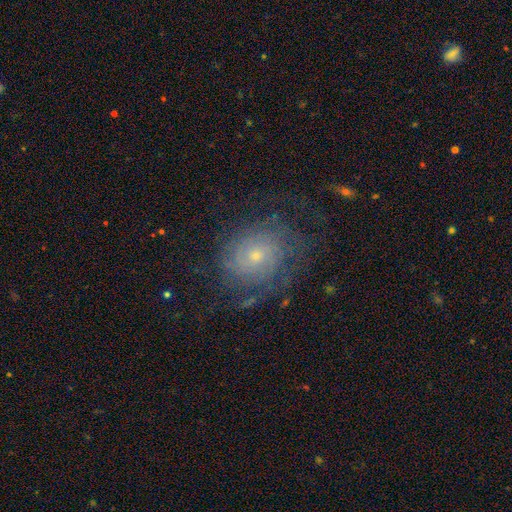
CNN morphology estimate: smooth-or-featured: featured or disk: 64% | smooth: 24% | star or artifact: 12%
  disk-edge-on: no: 97% | yes: 3%
    bar: no: 80% | weak: 17% | strong: 3%
    has-spiral-arms: yes: 84% | no: 16%
      spiral-winding: tight: 62% | medium: 26% | loose: 12%
      spiral-arm-count: can't tell: 54% | 2: 16% | 3: 10% | 4: 9% | more than 4: 6% | 1: 6%
    bulge-size: small: 70% | moderate: 25% | large: 2% | none: 2% | dominant: 1%
  merging: none: 66% | minor disturbance: 18% | major disturbance: 15% | merger: 1%